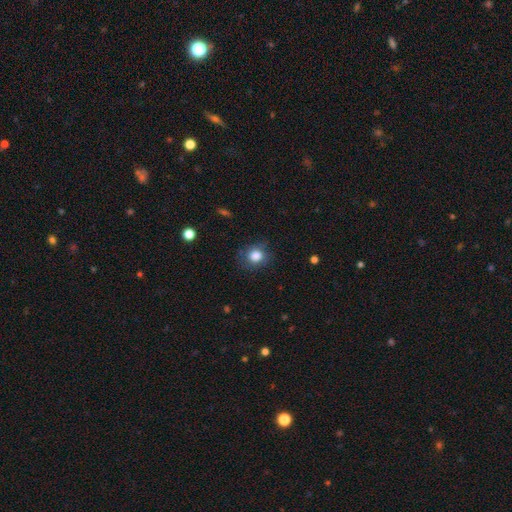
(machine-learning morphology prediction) Smooth or featured: smooth — 83% (star or artifact — 10%)
How rounded: round — 71% (in between — 28%)
Merging: none — 75% (minor disturbance — 18%)